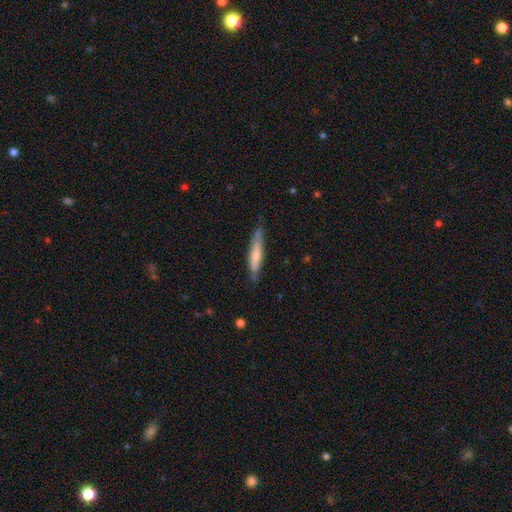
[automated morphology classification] Smooth or featured? Predicted: smooth (p=0.61). How rounded? Predicted: cigar-shaped (p=0.88). Merging? Predicted: none (p=0.73).